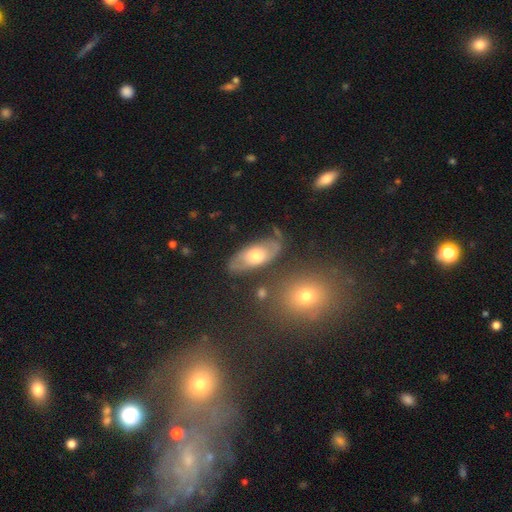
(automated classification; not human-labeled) A featured or disk galaxy (50%).

Vote fractions:
- Smooth or featured? featured or disk: 50% / smooth: 42% / star or artifact: 8%
- Merging? none: 73% / minor disturbance: 16% / major disturbance: 6% / merger: 5%